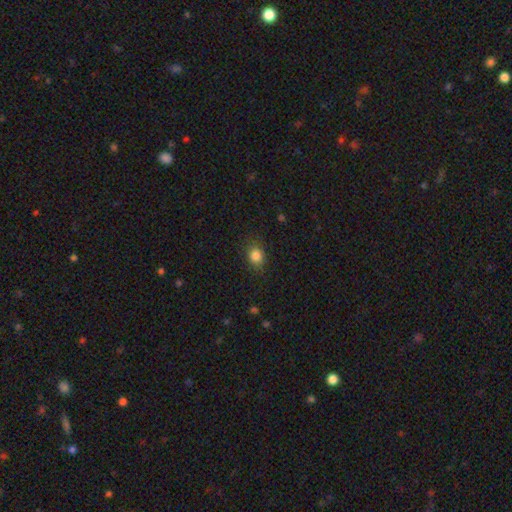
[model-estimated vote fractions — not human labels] Smooth or featured? Predicted: smooth (p=0.85). How rounded? Predicted: round (p=0.53). Merging? Predicted: none (p=0.82).